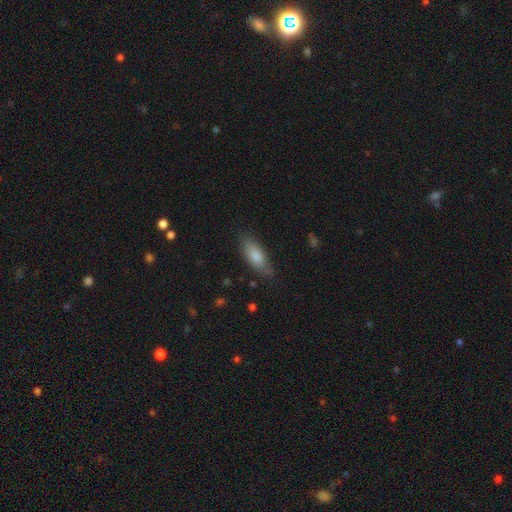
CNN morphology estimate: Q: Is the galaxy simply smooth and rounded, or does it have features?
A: smooth — 80%.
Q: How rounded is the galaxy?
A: in between — 74%.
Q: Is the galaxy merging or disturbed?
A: none — 76%.